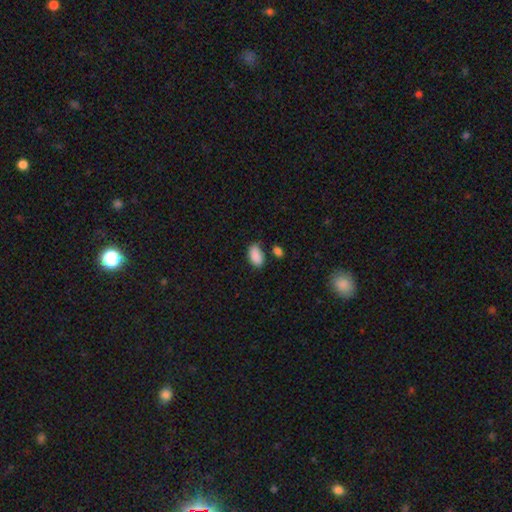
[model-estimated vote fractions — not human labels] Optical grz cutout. It shows a smooth galaxy with no disk features (89%) that is in between round and cigar-shaped (93%). Merging: none (69%).